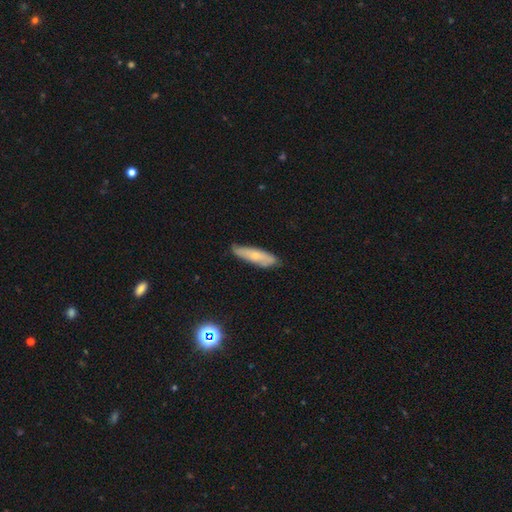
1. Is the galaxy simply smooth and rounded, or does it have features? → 51% smooth, 41% featured or disk, 8% star or artifact.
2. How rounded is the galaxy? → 50% cigar-shaped, 45% in between, 5% round.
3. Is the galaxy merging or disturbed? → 64% none, 33% minor disturbance, 3% major disturbance, 0% merger.